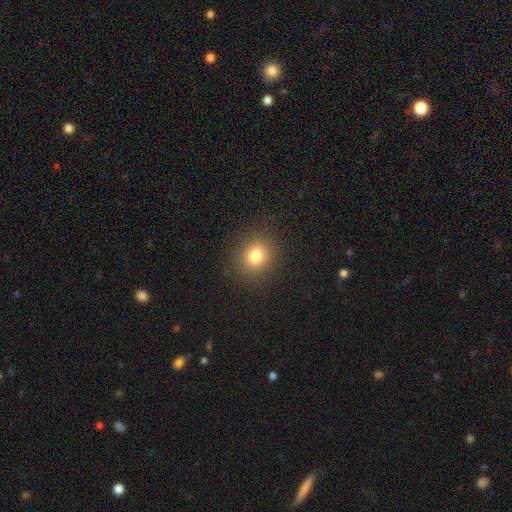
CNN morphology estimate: Smooth or featured?
  - smooth: 79% *
  - star or artifact: 13%
  - featured or disk: 7%
How rounded?
  - round: 82% *
  - in between: 17%
  - cigar-shaped: 1%
Merging?
  - none: 89% *
  - minor disturbance: 7%
  - major disturbance: 3%
  - merger: 1%